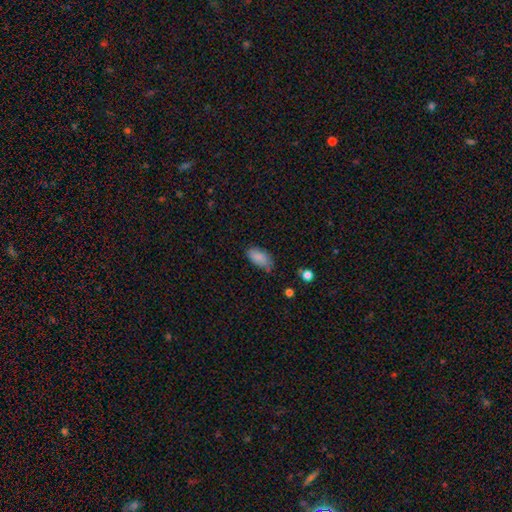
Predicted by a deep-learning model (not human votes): Smooth or featured?
  - smooth: 85% *
  - star or artifact: 9%
  - featured or disk: 6%
How rounded?
  - in between: 92% *
  - cigar-shaped: 5%
  - round: 3%
Merging?
  - none: 62% *
  - minor disturbance: 30%
  - major disturbance: 6%
  - merger: 2%